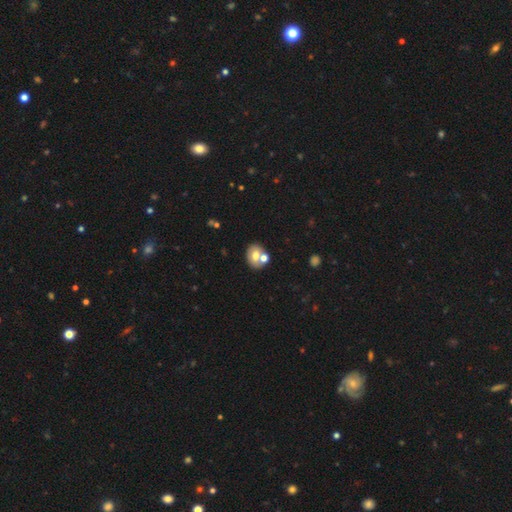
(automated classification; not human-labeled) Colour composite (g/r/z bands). It shows a smooth galaxy with no disk features (65%) that is in between round and cigar-shaped (52%). Merging: none (55%).